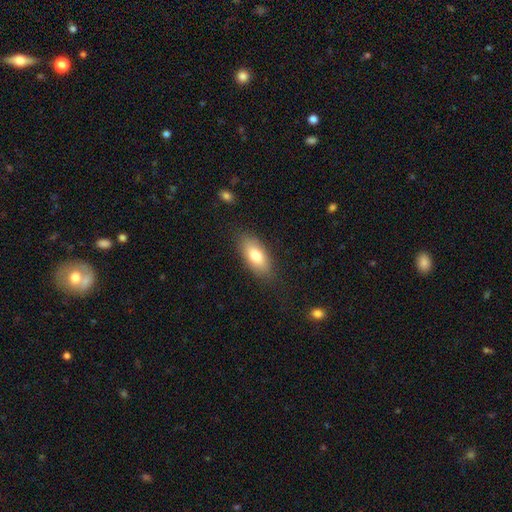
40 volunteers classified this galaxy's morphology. Smooth or featured? smooth (80%)
How rounded? in between (84%)
Merging? none (79%)